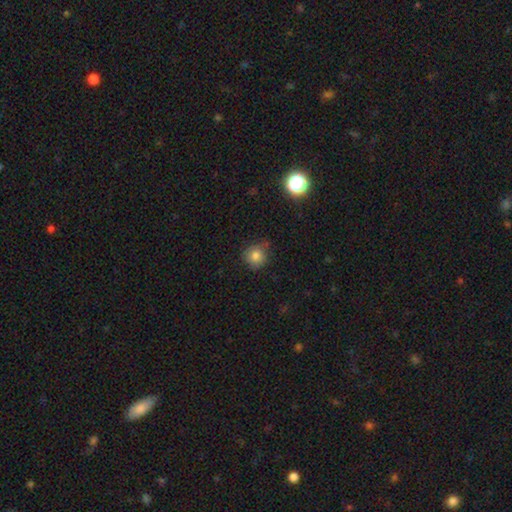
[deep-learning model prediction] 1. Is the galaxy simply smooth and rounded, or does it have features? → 80% smooth, 12% star or artifact, 8% featured or disk.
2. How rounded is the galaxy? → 90% round, 9% in between, 1% cigar-shaped.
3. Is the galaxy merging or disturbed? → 77% none, 17% minor disturbance, 3% major disturbance, 2% merger.